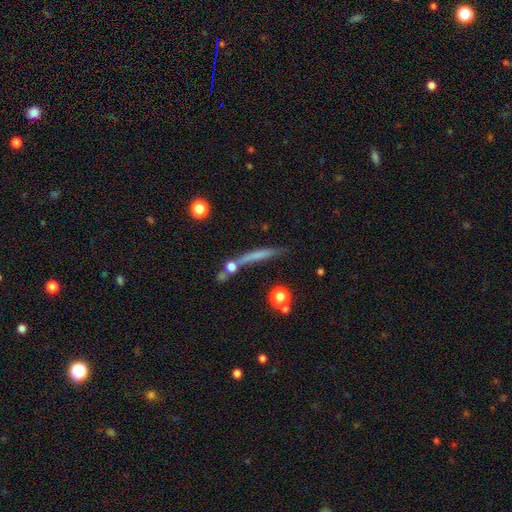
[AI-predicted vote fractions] This is possibly a smooth galaxy (48%). Merging: likely none (65%).